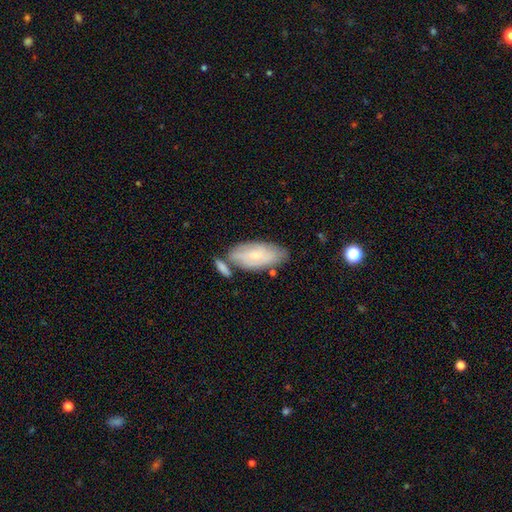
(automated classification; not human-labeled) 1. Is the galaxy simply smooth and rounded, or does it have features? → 52% smooth, 41% featured or disk, 7% star or artifact.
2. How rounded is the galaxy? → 87% in between, 11% cigar-shaped, 2% round.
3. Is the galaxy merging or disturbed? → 52% none, 21% merger, 21% minor disturbance, 6% major disturbance.